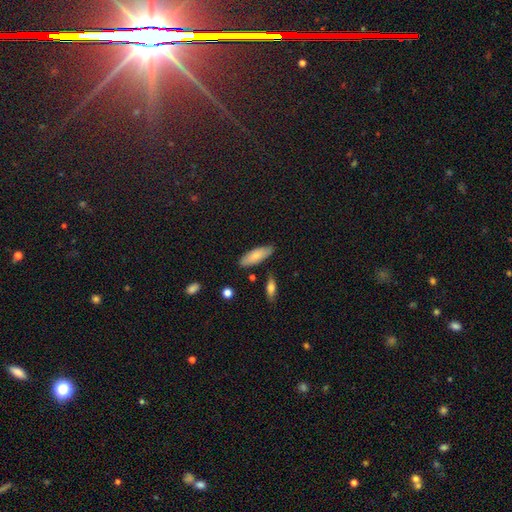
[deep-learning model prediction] Morphology: type=smooth (78%); roundness=in between (67%); merging=none (81%).